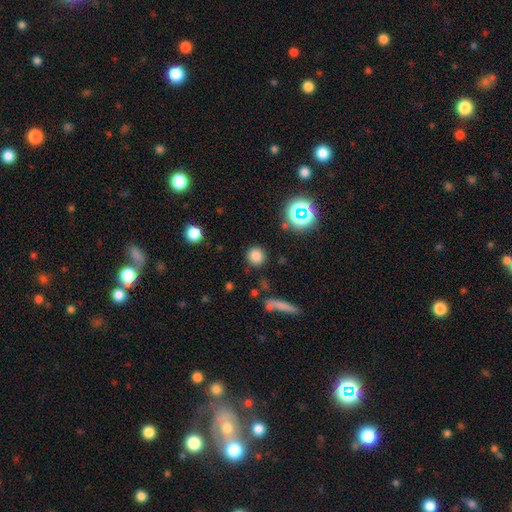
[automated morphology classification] smooth 78%, star or artifact 16%, featured or disk 6%. Down the decision tree: how rounded — round (92%); merging — none (87%).